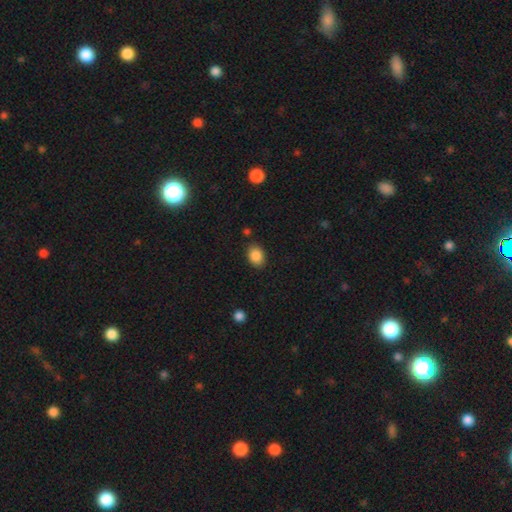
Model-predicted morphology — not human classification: smooth-or-featured: smooth: 87% | star or artifact: 9% | featured or disk: 4%
  how-rounded: in between: 71% | round: 28% | cigar-shaped: 1%
  merging: none: 84% | minor disturbance: 11% | major disturbance: 3% | merger: 2%